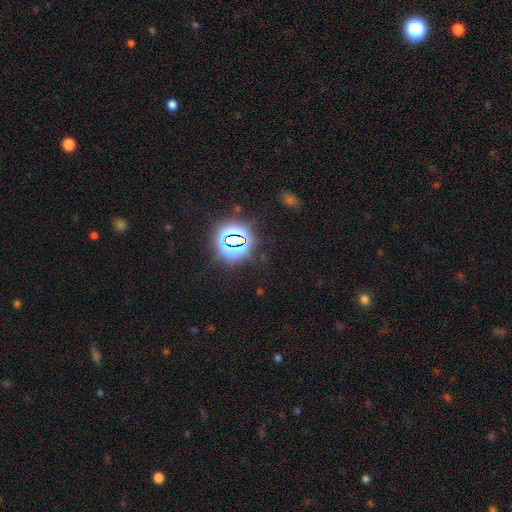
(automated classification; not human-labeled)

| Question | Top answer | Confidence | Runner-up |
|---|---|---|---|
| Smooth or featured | star or artifact | 80% | smooth (15%) |